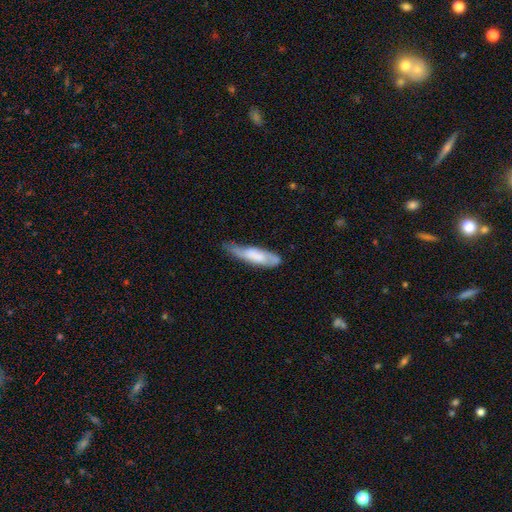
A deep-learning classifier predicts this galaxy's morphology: type=smooth (61%); roundness=cigar-shaped (67%); merging=none (44%).